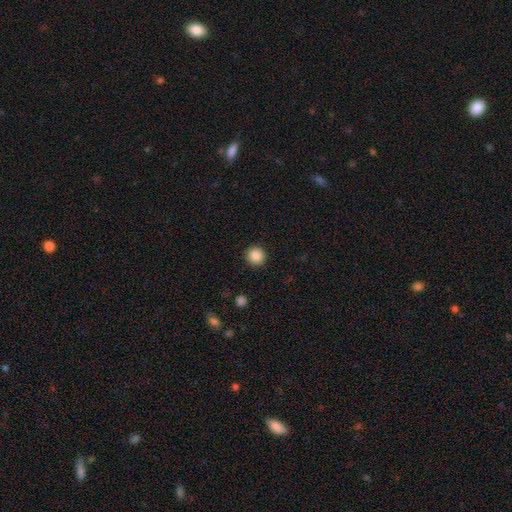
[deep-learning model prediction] This appears to be a smooth galaxy with no disk features (87%) that is round (94%). Merging: none (92%).